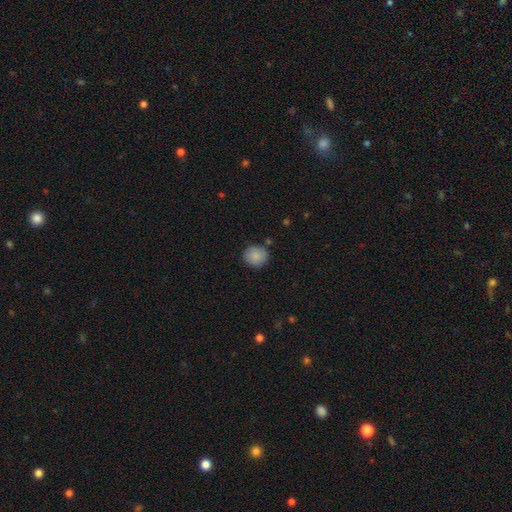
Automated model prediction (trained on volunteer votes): A smooth galaxy with no disk features (86%) that is round (89%). Merging: none (83%).